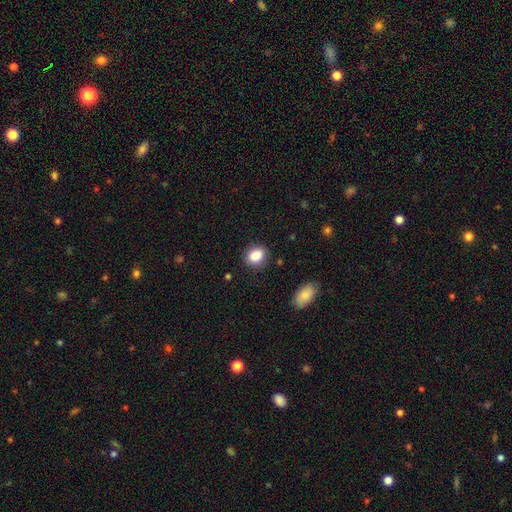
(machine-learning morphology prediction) This appears to be a smooth galaxy with no disk features (87%) that is in between round and cigar-shaped (58%). Merging: none (83%).